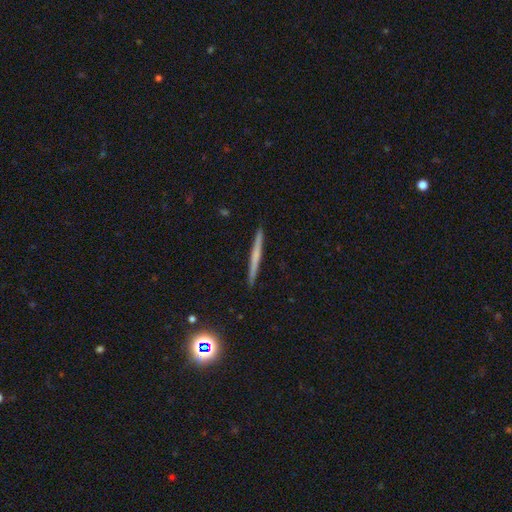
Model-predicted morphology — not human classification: This appears to be a featured or disk galaxy (48%). Merging: none (92%).